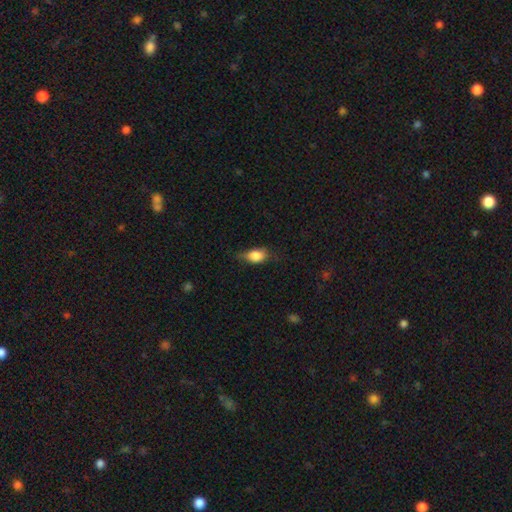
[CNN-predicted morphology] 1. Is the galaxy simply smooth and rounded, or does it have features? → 79% smooth, 13% featured or disk, 8% star or artifact.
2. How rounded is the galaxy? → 78% in between, 16% round, 6% cigar-shaped.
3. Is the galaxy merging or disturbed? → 53% none, 34% minor disturbance, 11% major disturbance, 1% merger.